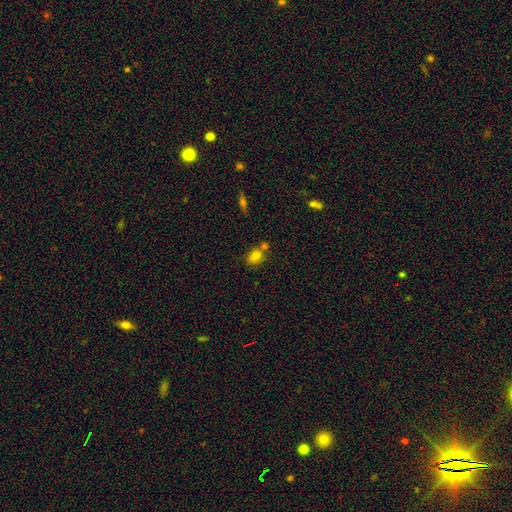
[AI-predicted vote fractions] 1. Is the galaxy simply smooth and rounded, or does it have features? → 77% smooth, 13% star or artifact, 10% featured or disk.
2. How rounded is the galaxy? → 73% in between, 25% round, 2% cigar-shaped.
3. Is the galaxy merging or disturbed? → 51% none, 31% merger, 14% minor disturbance, 5% major disturbance.